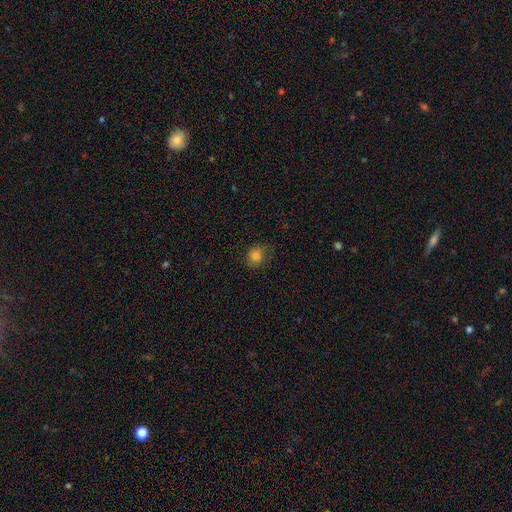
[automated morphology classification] Smooth or featured? Predicted: smooth (p=0.81). How rounded? Predicted: round (p=0.75). Merging? Predicted: none (p=0.72).